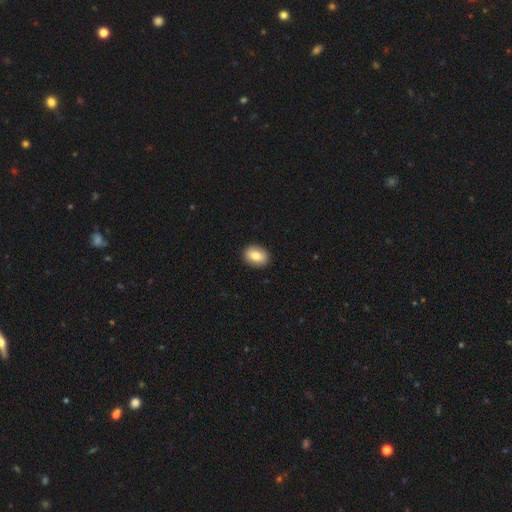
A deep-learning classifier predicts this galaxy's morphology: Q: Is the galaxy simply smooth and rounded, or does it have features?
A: smooth — 81%.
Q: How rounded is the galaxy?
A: in between — 70%.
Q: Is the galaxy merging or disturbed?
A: none — 90%.